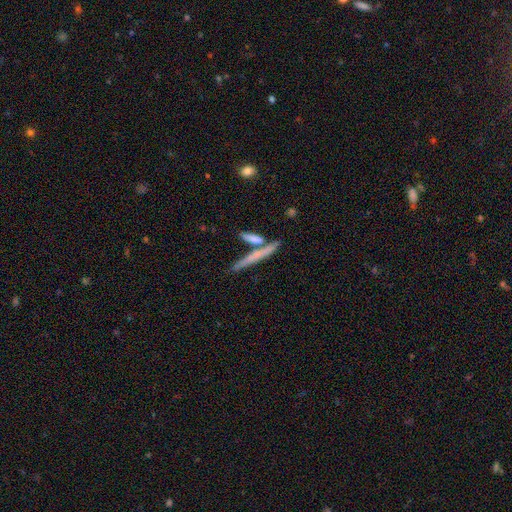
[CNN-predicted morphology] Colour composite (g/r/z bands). It shows a smooth galaxy with no disk features (56%) that is cigar-shaped (92%). Merging: none (64%).